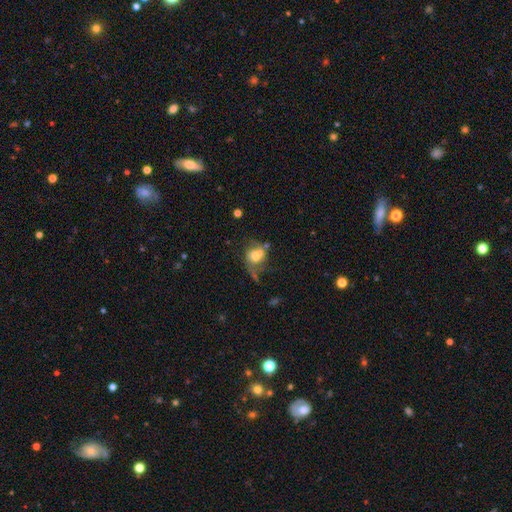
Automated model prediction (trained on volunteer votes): featured or disk 47%, smooth 43%, star or artifact 10%. Down the decision tree: merging — none (31%).